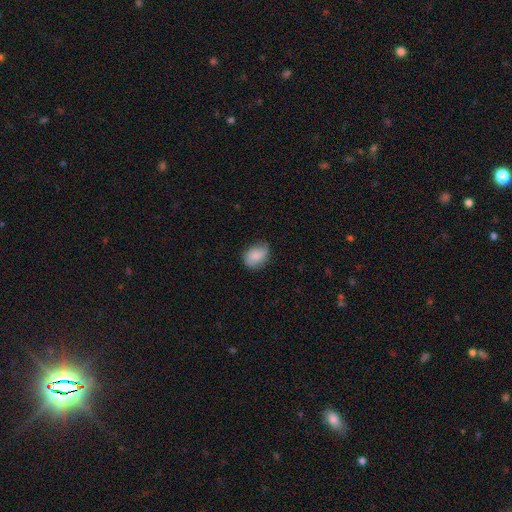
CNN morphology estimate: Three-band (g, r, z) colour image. It shows a smooth galaxy with no disk features (78%) that is in between round and cigar-shaped (69%). Merging: none (66%).